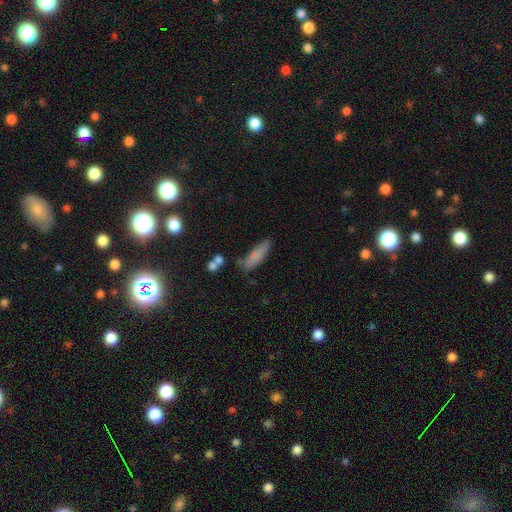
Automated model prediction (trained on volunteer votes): This appears to be a smooth galaxy with no disk features (77%) that is cigar-shaped (64%). Merging: none (65%).